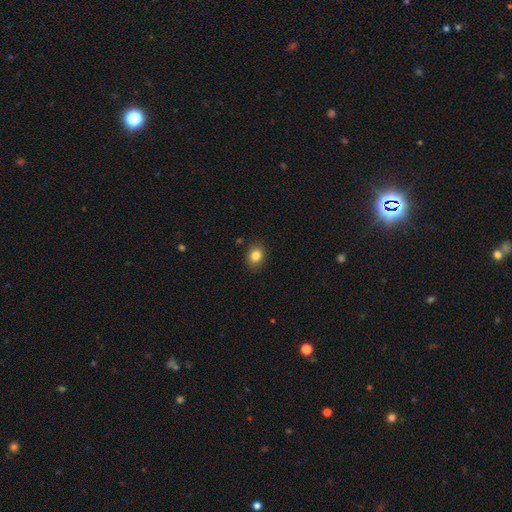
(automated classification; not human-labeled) Morphology: type=smooth (83%); roundness=in between (57%); merging=none (86%).